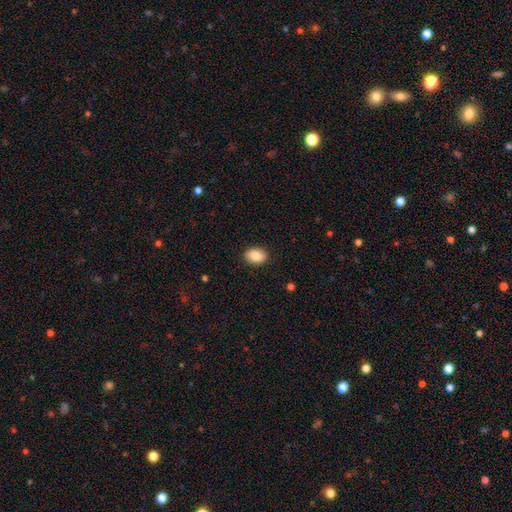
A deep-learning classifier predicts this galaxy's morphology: Smooth or featured? smooth (87%)
How rounded? in between (79%)
Merging? none (88%)